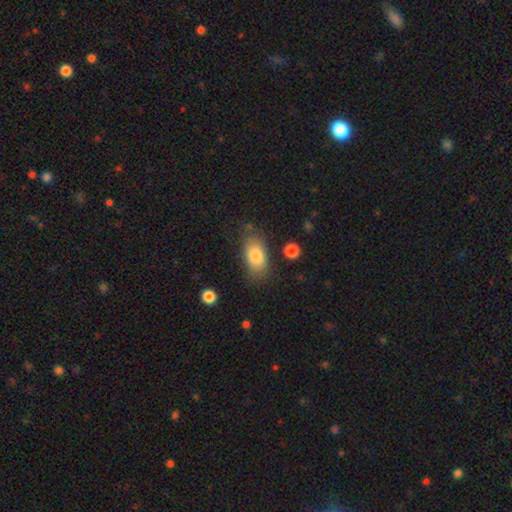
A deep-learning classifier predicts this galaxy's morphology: Smooth or featured? smooth (82%)
How rounded? in between (90%)
Merging? none (75%)